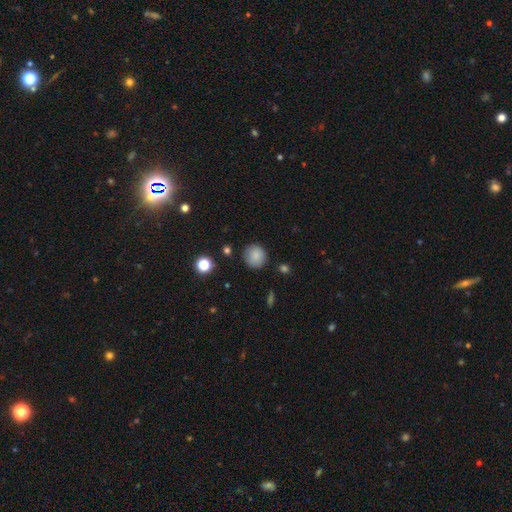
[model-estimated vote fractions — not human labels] Smooth or featured?
  - smooth: 85% *
  - star or artifact: 10%
  - featured or disk: 5%
How rounded?
  - round: 92% *
  - in between: 7%
  - cigar-shaped: 1%
Merging?
  - none: 86% *
  - minor disturbance: 10%
  - major disturbance: 3%
  - merger: 2%